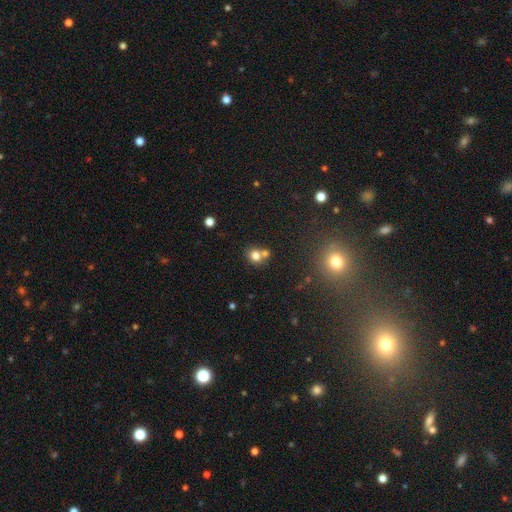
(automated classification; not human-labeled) The model was most divided on "merging": none: 47%, merger: 42%, minor disturbance: 8%, major disturbance: 3%. More confident: how rounded — round (77%); smooth or featured — smooth (76%).